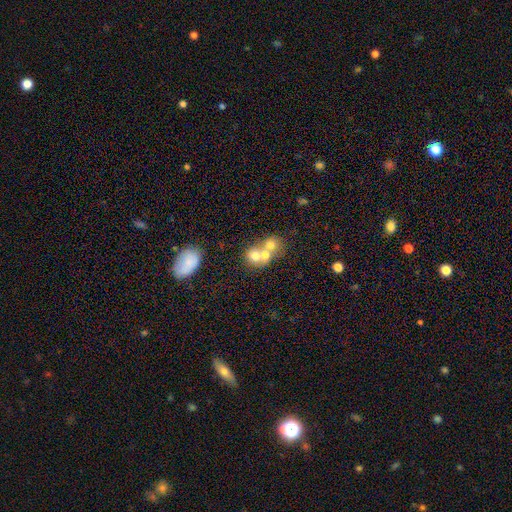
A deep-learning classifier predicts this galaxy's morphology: smooth_or_featured: smooth (p=0.63) [alt: featured or disk p=0.25]
how_rounded: round (p=0.69) [alt: in between p=0.30]
merging: merger (p=0.66) [alt: none p=0.24]